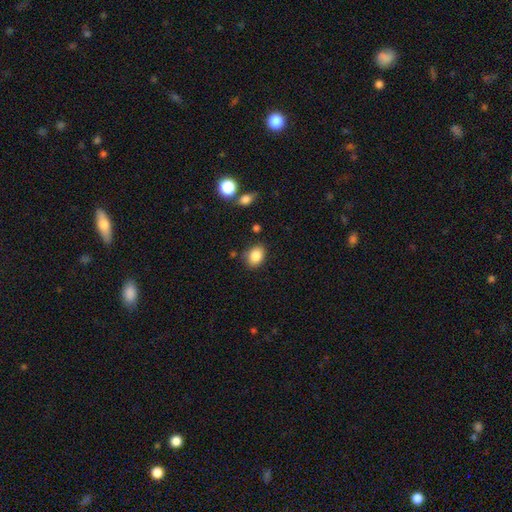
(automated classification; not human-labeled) A smooth galaxy with no disk features (85%) that is in between round and cigar-shaped (67%). Merging: none (80%).